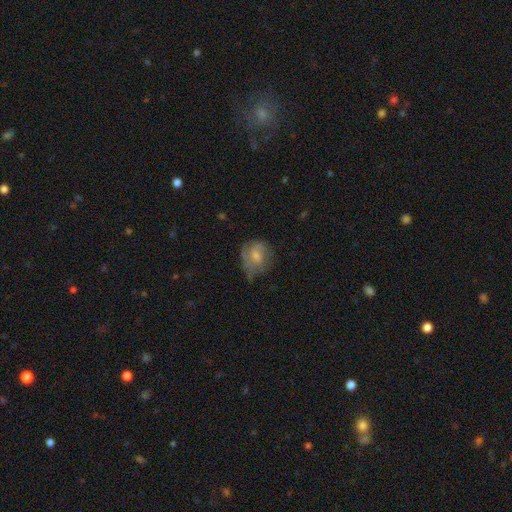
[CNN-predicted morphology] This appears to be a smooth galaxy with no disk features (54%) that is round (61%). Merging: none (46%).